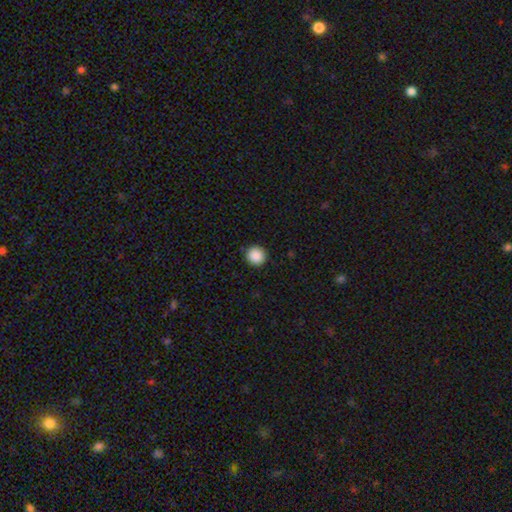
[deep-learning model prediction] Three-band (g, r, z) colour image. It shows a smooth galaxy with no disk features (88%) that is round (96%). Merging: none (92%).